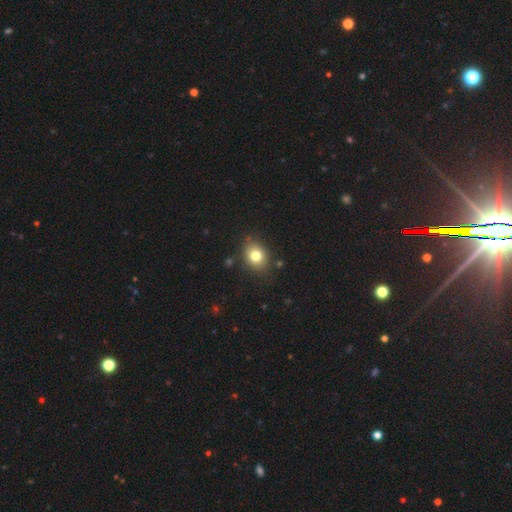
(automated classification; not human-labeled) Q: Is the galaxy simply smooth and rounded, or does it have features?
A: smooth — 79%.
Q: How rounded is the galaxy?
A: in between — 51%.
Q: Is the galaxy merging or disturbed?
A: none — 83%.